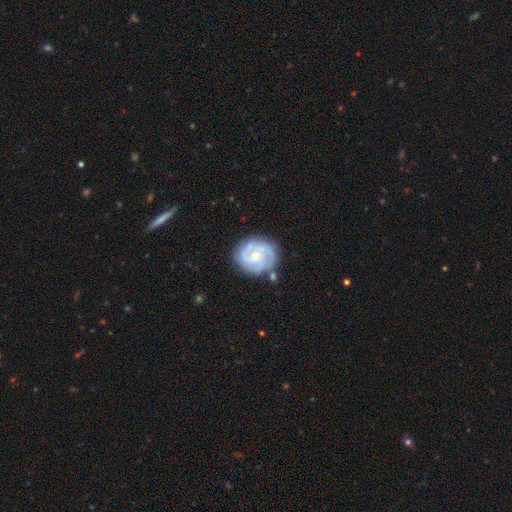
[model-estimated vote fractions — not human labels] A featured or disk galaxy (81%) with no bar (61%), 2 (38%) tight (53%) spiral arms (95%) and a small central bulge (64%).

Vote fractions:
- Smooth or featured? featured or disk: 81% / smooth: 14% / star or artifact: 5%
- Edge-on disk? no: 98% / yes: 2%
- Bar? no: 61% / weak: 34% / strong: 5%
- Spiral arms? yes: 95% / no: 5%
- Spiral winding? tight: 53% / medium: 38% / loose: 9%
- Spiral arm count? 2: 38% / 3: 33% / can't tell: 16% / 4: 5% / 1: 4% / more than 4: 3%
- Bulge size? small: 64% / moderate: 32% / none: 2% / large: 1% / dominant: 1%
- Merging? none: 74% / minor disturbance: 16% / major disturbance: 5% / merger: 5%